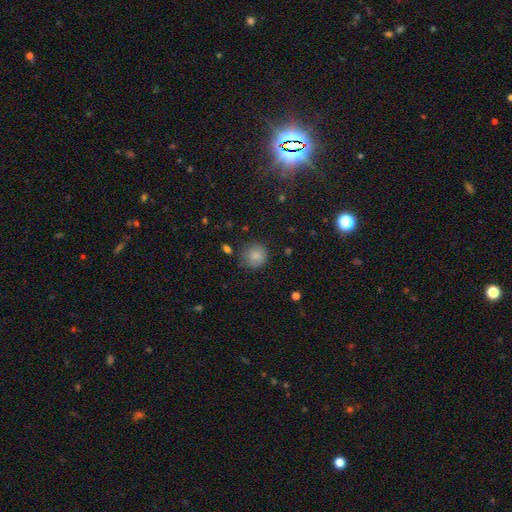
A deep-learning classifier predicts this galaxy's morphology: This is clearly a smooth galaxy (85%). How rounded: clearly round (89%). Merging: likely none (77%).